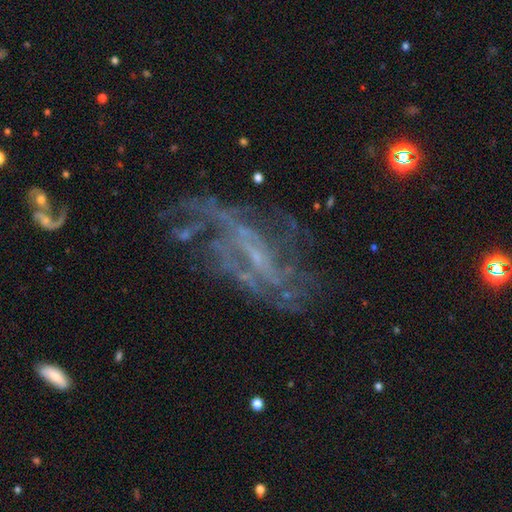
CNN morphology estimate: A featured or disk galaxy (80%) with a weak bar (43%), medium (39%) spiral arms (81%) and a small central bulge (59%). Merging: none (50%).